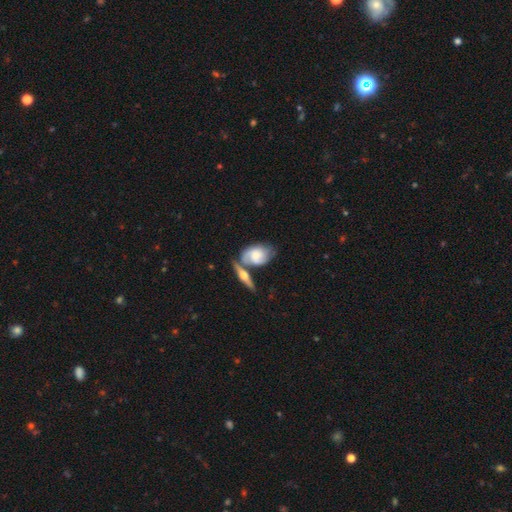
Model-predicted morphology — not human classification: smooth-or-featured: featured or disk: 57% | smooth: 36% | star or artifact: 6%
  disk-edge-on: no: 86% | yes: 14%
  merging: none: 38% | merger: 36% | minor disturbance: 18% | major disturbance: 8%